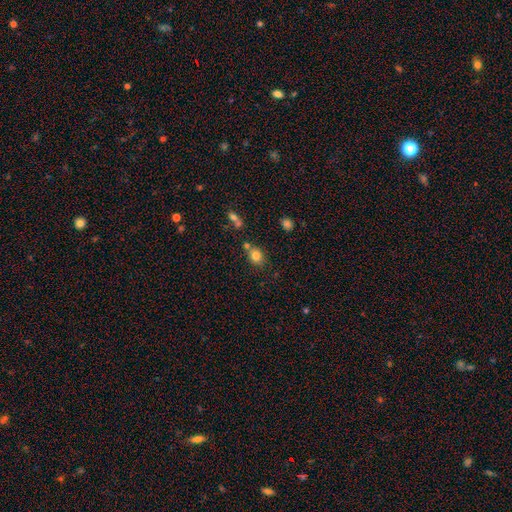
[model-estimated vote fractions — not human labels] This is clearly a smooth galaxy (81%). How rounded: likely round (61%). Merging: likely none (68%).